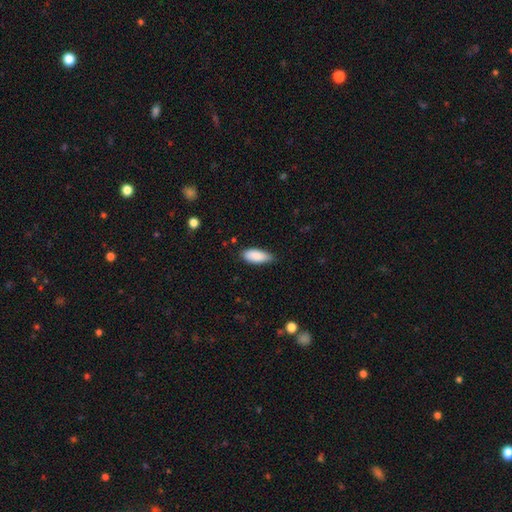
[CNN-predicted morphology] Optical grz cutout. It shows a smooth galaxy with no disk features (87%) that is in between round and cigar-shaped (82%). Merging: none (74%).